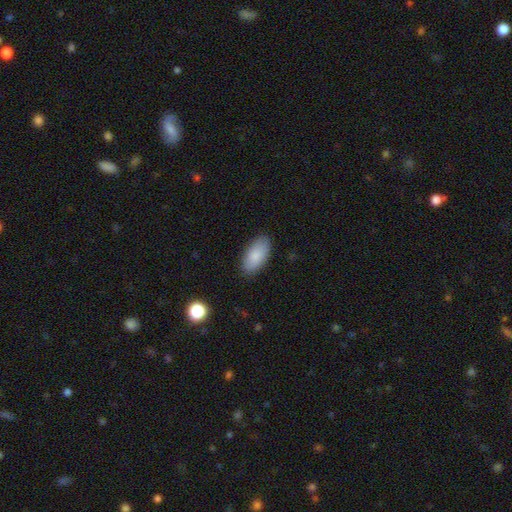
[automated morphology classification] Smooth or featured? Predicted: smooth (p=0.86). How rounded? Predicted: in between (p=0.93). Merging? Predicted: none (p=0.86).